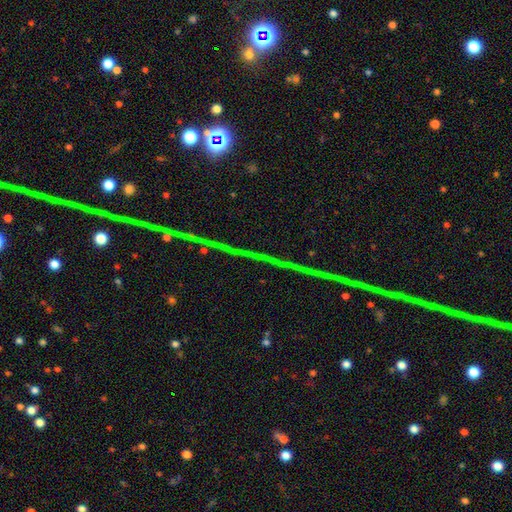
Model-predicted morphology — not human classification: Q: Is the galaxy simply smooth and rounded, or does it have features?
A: star or artifact — 78%.